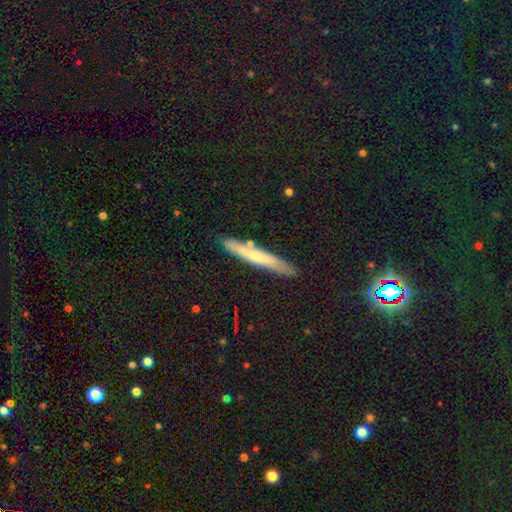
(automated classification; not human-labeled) Smooth or featured?
  - smooth: 49% *
  - featured or disk: 42%
  - star or artifact: 9%
Merging?
  - none: 85% *
  - minor disturbance: 10%
  - merger: 3%
  - major disturbance: 2%